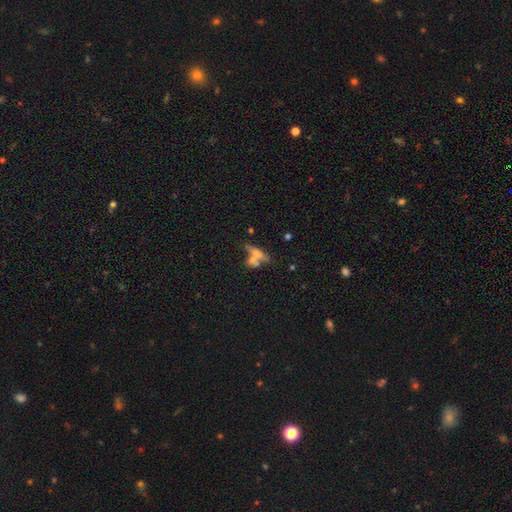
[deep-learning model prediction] Overall: smooth (46%; featured or disk 43%). Merging: none (42%, tied with merger).